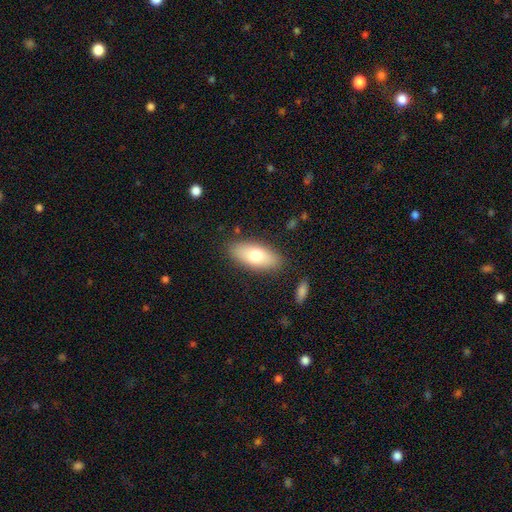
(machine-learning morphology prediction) This appears to be a smooth galaxy with no disk features (72%) that is in between round and cigar-shaped (85%). Merging: none (84%).